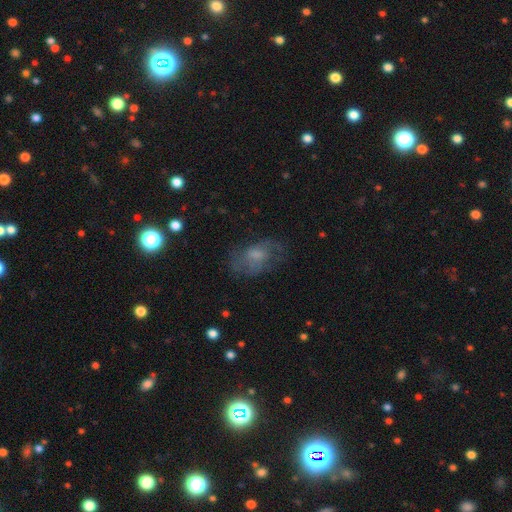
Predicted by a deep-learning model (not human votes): Q: Smooth or featured?
A: smooth (44%); runner-up: featured or disk (43%)
Q: Merging?
A: none (56%); runner-up: minor disturbance (22%)